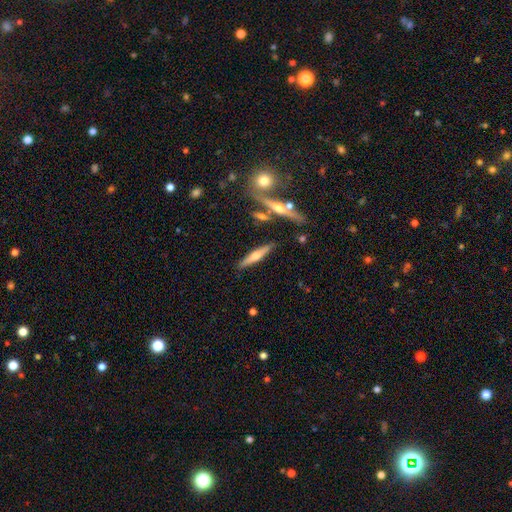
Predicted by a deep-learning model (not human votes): This is possibly a featured or disk galaxy (53%). It is clearly viewed edge-on (95%). Edge-on bulge: clearly rounded (85%). Merging: clearly none (84%).